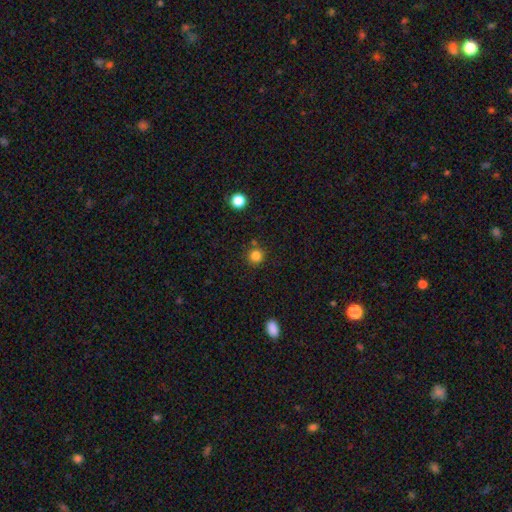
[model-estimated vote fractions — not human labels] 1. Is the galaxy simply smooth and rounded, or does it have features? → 82% smooth, 13% star or artifact, 5% featured or disk.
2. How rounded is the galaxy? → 94% round, 5% in between, 1% cigar-shaped.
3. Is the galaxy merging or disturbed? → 82% none, 9% minor disturbance, 6% merger, 3% major disturbance.